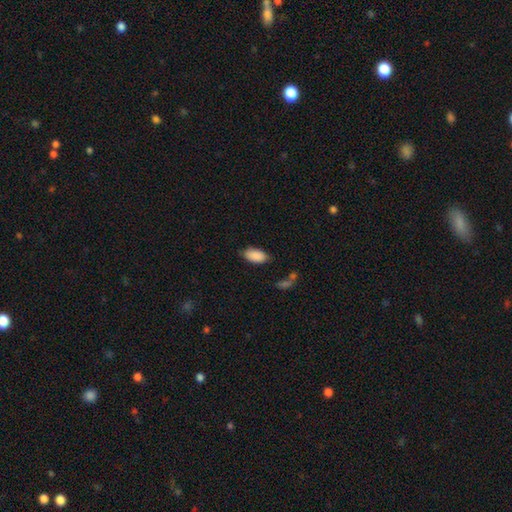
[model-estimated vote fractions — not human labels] Smooth or featured? Predicted: smooth (p=0.90). How rounded? Predicted: in between (p=0.94). Merging? Predicted: none (p=0.78).